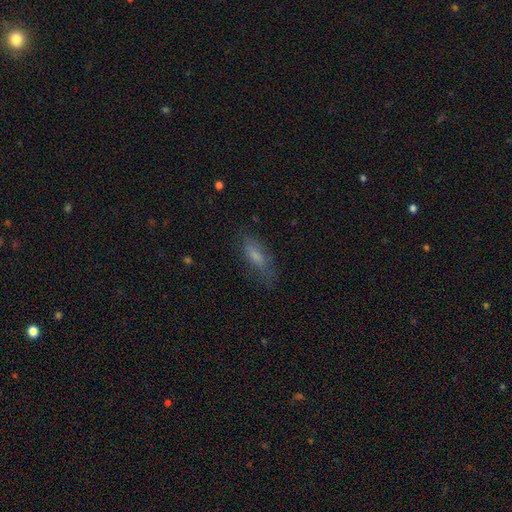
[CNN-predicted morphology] type=smooth (68%); roundness=in between (56%); merging=none (67%).